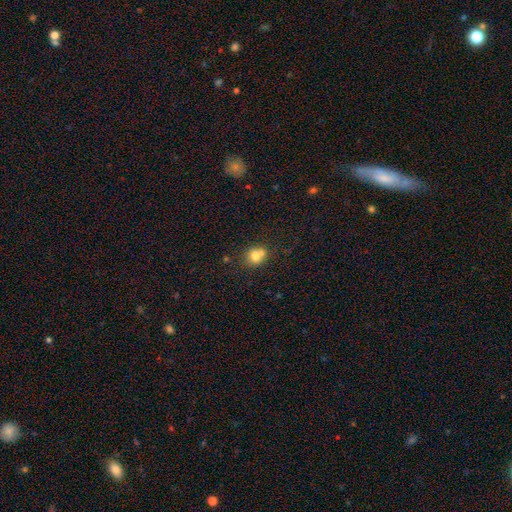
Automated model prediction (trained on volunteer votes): Q: Smooth or featured?
A: smooth (74%); runner-up: featured or disk (14%)
Q: How rounded?
A: round (69%); runner-up: in between (30%)
Q: Merging?
A: none (45%); runner-up: merger (39%)